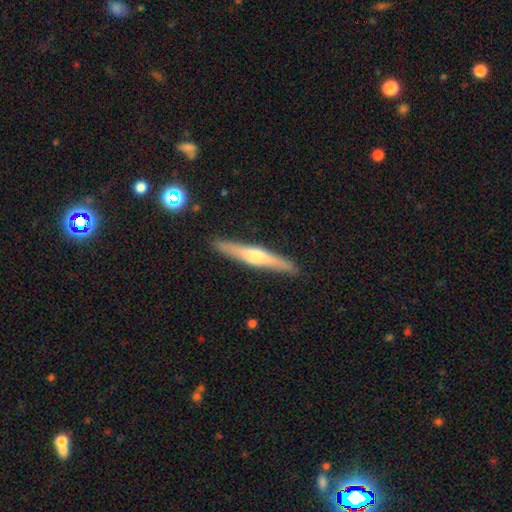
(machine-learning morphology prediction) smooth-or-featured: featured or disk: 64% | smooth: 30% | star or artifact: 6%
  disk-edge-on: yes: 97% | no: 3%
    edge-on-bulge: rounded: 81% | none: 10% | boxy: 9%
  merging: none: 90% | minor disturbance: 7% | major disturbance: 1% | merger: 1%